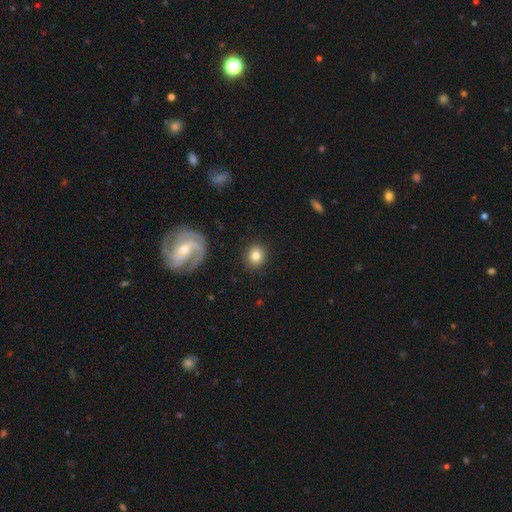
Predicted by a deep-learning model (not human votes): The model was most divided on "how rounded": round: 79%, in between: 20%, cigar-shaped: 1%. More confident: merging — none (88%); smooth or featured — smooth (79%).